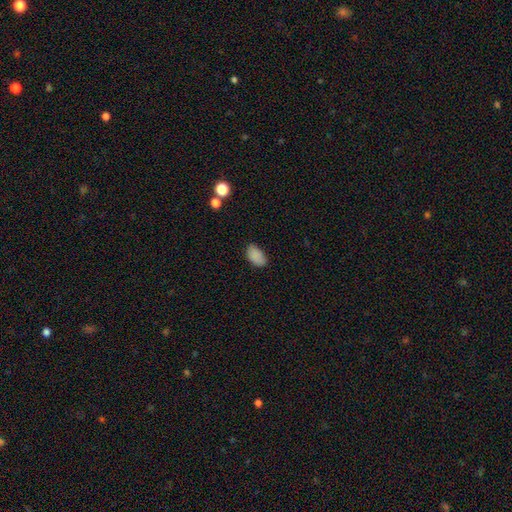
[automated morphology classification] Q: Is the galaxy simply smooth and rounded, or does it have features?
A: smooth — 87%.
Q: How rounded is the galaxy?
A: in between — 93%.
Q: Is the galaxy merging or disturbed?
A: none — 80%.